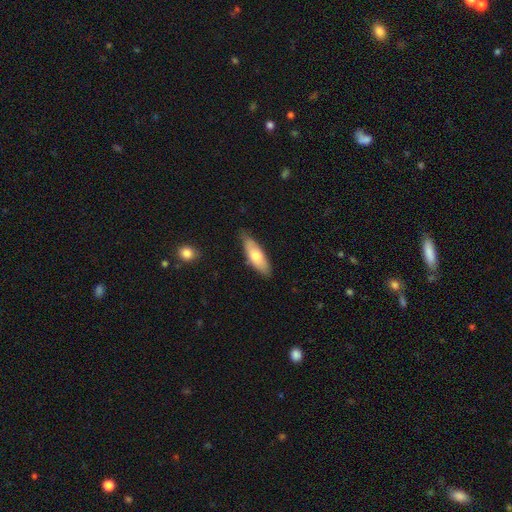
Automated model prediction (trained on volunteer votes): Smooth or featured? Predicted: smooth (p=0.70). How rounded? Predicted: in between (p=0.60). Merging? Predicted: none (p=0.79).